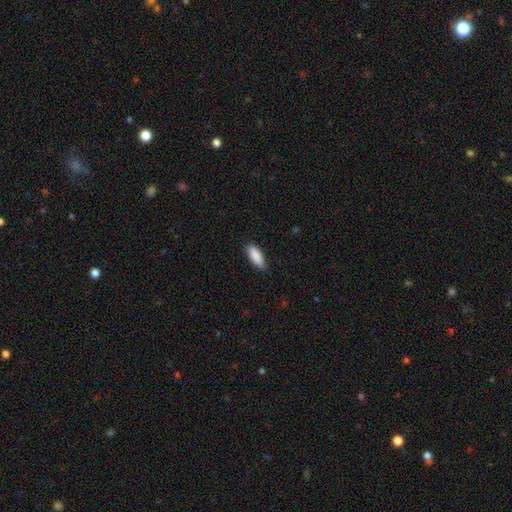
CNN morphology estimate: A smooth galaxy with no disk features (89%) that is in between round and cigar-shaped (73%).

Vote fractions:
- Smooth or featured? smooth: 89% / star or artifact: 6% / featured or disk: 4%
- How rounded? in between: 73% / cigar-shaped: 25% / round: 2%
- Merging? none: 84% / minor disturbance: 13% / major disturbance: 2% / merger: 1%